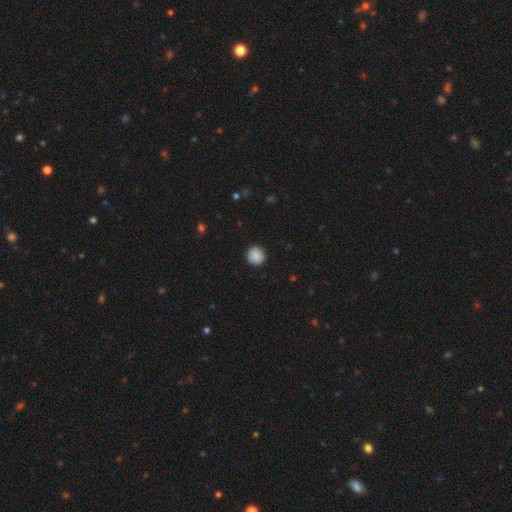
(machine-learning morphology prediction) smooth_or_featured: smooth (p=0.88) [alt: star or artifact p=0.08]
how_rounded: round (p=0.94) [alt: in between p=0.05]
merging: none (p=0.92) [alt: minor disturbance p=0.06]